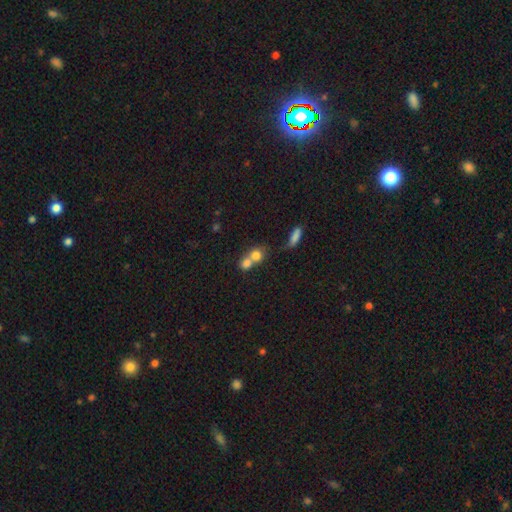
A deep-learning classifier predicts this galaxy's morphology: smooth-or-featured: smooth: 75% | featured or disk: 14% | star or artifact: 11%
  how-rounded: round: 74% | in between: 24% | cigar-shaped: 2%
  merging: merger: 69% | none: 24% | minor disturbance: 5% | major disturbance: 3%